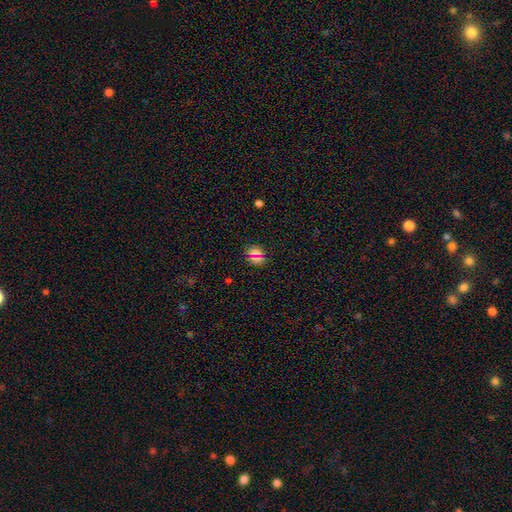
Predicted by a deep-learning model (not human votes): smooth-or-featured: smooth: 61% | star or artifact: 32% | featured or disk: 7%
  how-rounded: round: 68% | in between: 28% | cigar-shaped: 4%
  merging: none: 84% | minor disturbance: 10% | major disturbance: 4% | merger: 2%